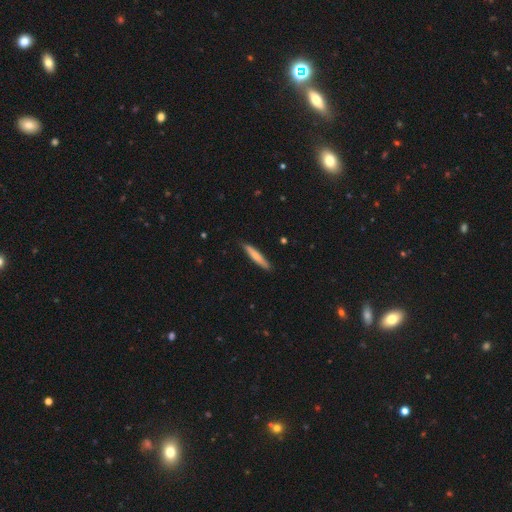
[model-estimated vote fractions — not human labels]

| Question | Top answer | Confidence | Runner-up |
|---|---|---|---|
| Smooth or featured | smooth | 74% | featured or disk (21%) |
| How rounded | cigar-shaped | 93% | in between (6%) |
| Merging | none | 88% | minor disturbance (10%) |